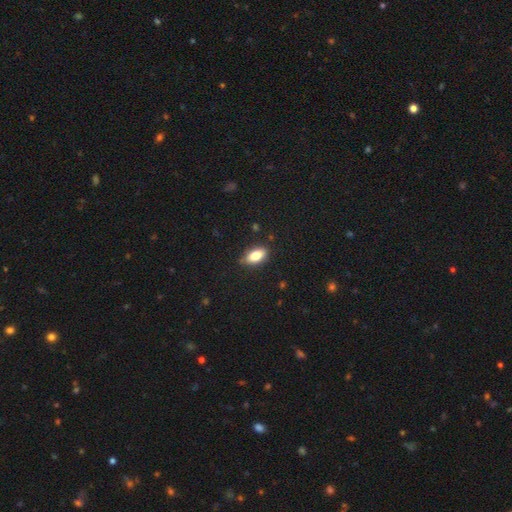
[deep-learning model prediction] smooth 82%, featured or disk 11%, star or artifact 7%. Down the decision tree: how rounded — in between (89%); merging — none (83%).